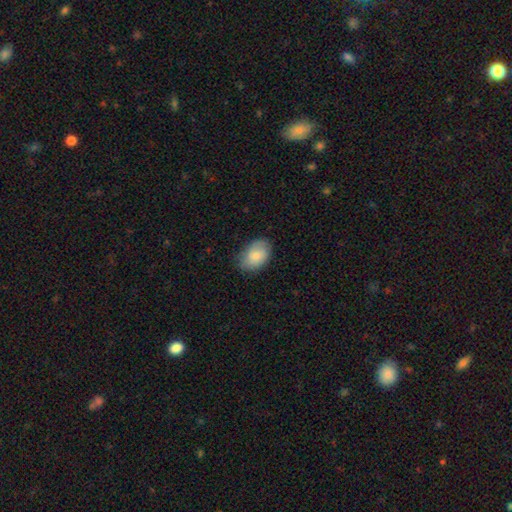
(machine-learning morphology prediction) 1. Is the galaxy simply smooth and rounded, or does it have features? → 84% smooth, 10% featured or disk, 6% star or artifact.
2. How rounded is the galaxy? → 87% in between, 12% round, 1% cigar-shaped.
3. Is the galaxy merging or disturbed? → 77% none, 19% minor disturbance, 4% major disturbance, 1% merger.